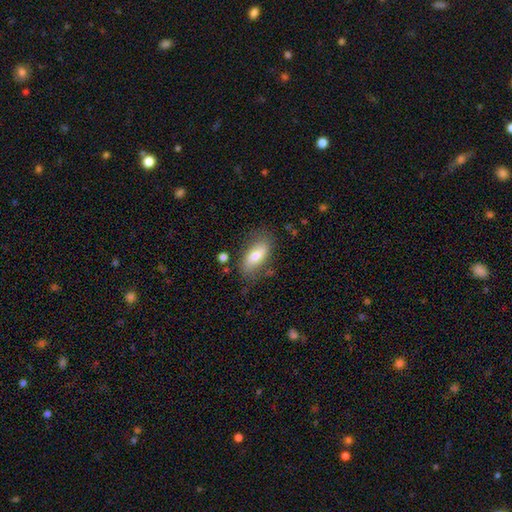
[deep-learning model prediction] The model was most divided on "smooth or featured": smooth: 71%, featured or disk: 22%, star or artifact: 7%. More confident: how rounded — in between (85%); merging — none (72%).